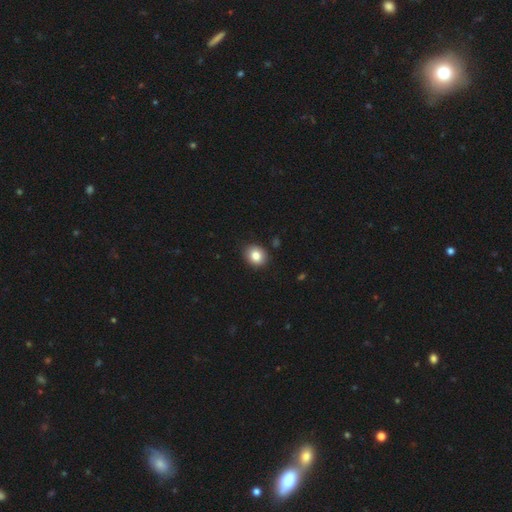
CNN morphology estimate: Smooth or featured?
  - smooth: 83% *
  - star or artifact: 9%
  - featured or disk: 7%
How rounded?
  - round: 62% *
  - in between: 37%
  - cigar-shaped: 1%
Merging?
  - none: 88% *
  - minor disturbance: 9%
  - major disturbance: 2%
  - merger: 1%